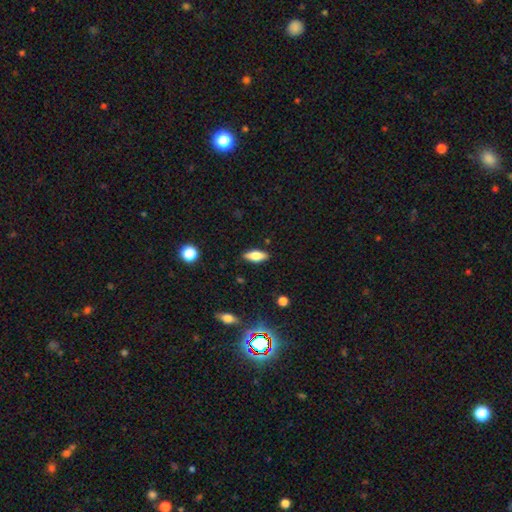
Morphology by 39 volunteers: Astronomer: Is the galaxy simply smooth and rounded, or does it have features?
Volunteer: smooth — 67%.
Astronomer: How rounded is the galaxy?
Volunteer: in between — 85%.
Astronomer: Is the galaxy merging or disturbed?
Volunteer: none — 83%.